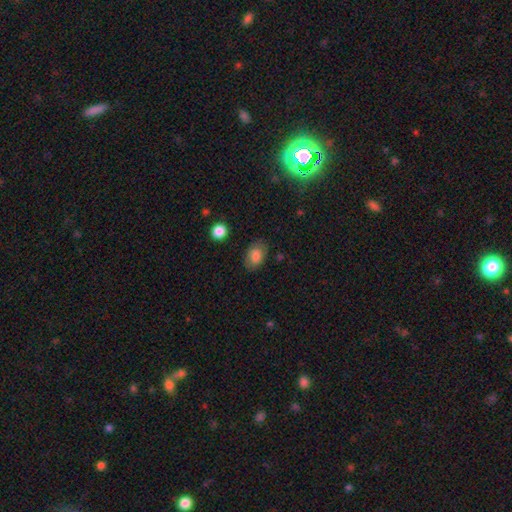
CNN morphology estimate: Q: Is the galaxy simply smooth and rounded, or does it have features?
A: smooth — 80%.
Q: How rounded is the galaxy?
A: in between — 84%.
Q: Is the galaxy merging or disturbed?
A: none — 80%.